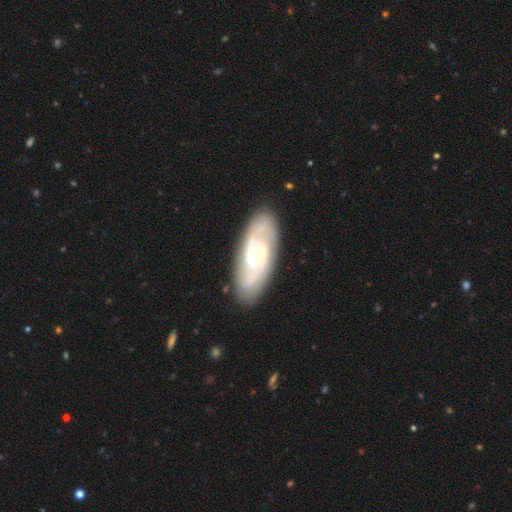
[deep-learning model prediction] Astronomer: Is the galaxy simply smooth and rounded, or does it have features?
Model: featured or disk — 80%.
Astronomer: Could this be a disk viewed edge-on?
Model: no — 92%.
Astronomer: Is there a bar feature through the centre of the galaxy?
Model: no — 60%.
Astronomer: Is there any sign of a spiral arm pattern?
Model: yes — 92%.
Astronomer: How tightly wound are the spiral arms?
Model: tight — 46% (runner-up: medium, 41%).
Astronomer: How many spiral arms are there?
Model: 2 — 55%.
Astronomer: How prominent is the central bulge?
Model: small — 50% (runner-up: moderate, 46%).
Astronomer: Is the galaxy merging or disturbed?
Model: none — 84%.